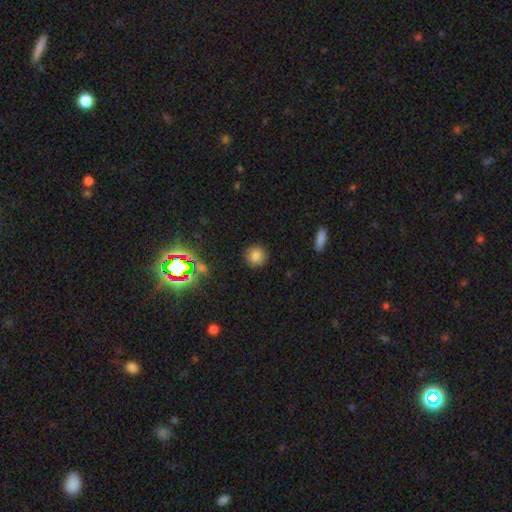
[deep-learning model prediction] Overall: smooth (78%). How rounded: round (92%). Merging: none (90%).